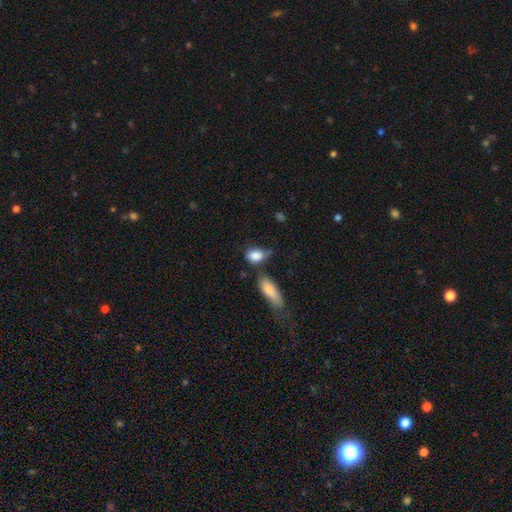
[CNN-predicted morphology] smooth 85%, featured or disk 8%, star or artifact 7%. Down the decision tree: how rounded — in between (79%); merging — none (40%).